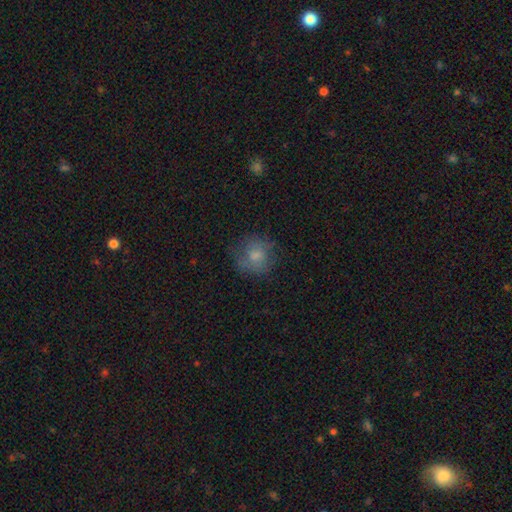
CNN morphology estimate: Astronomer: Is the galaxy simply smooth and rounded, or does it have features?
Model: smooth — 71%.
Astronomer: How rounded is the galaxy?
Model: round — 83%.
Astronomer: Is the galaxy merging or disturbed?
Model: none — 68%.